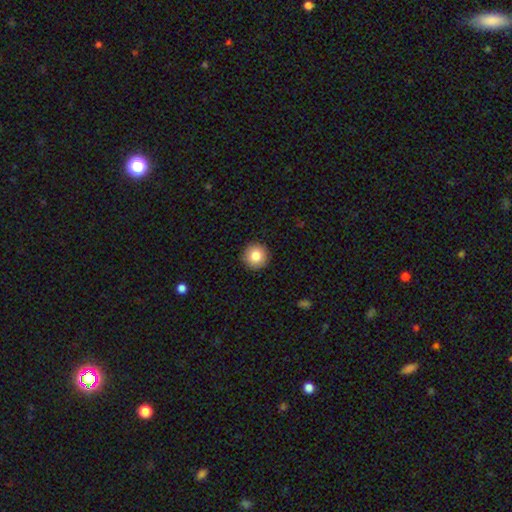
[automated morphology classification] This is clearly a smooth galaxy (84%). How rounded: clearly round (96%). Merging: clearly none (92%).